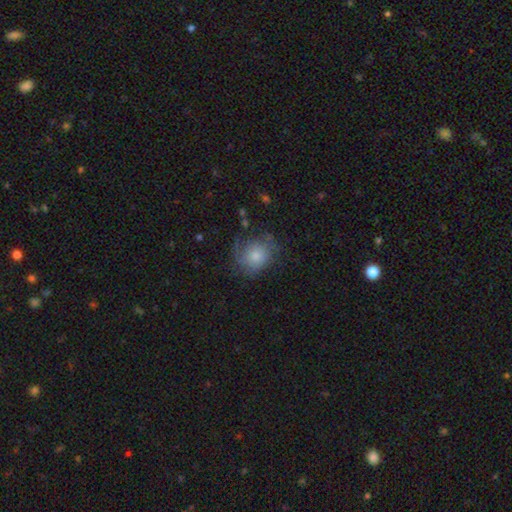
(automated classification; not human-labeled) This appears to be a smooth galaxy with no disk features (59%) that is round (75%). Merging: none (59%).